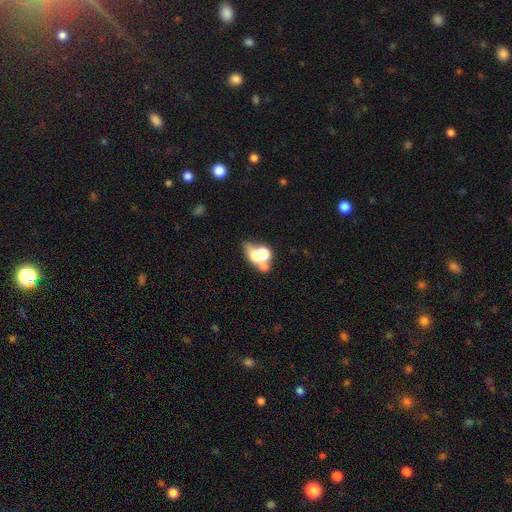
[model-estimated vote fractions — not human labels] Overall: smooth (51%; featured or disk 34%). How rounded: in between (58%; round 37%). Merging: merger (55%; none 24%).